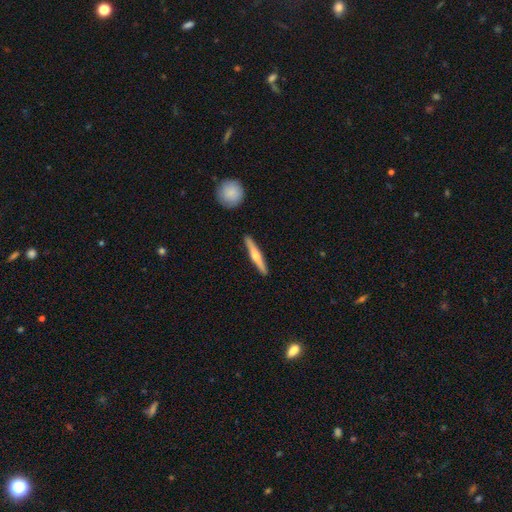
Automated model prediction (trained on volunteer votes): smooth_or_featured: featured or disk (p=0.60) [alt: smooth p=0.35]
disk_edge_on: yes (p=0.97) [alt: no p=0.03]
edge_on_bulge: rounded (p=0.90) [alt: none p=0.06]
merging: none (p=0.91) [alt: minor disturbance p=0.06]